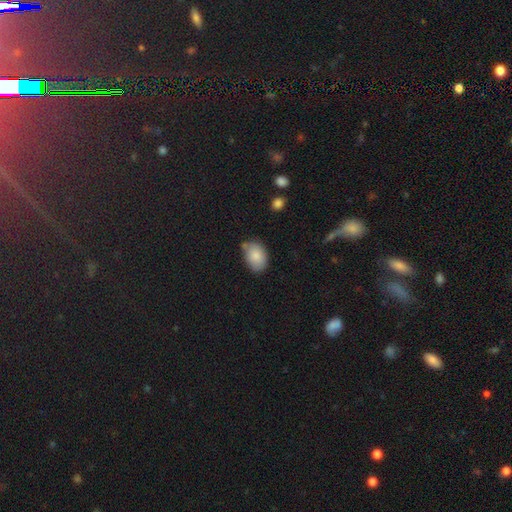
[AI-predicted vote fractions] A smooth galaxy with no disk features (84%) that is in between round and cigar-shaped (83%). Merging: none (64%).